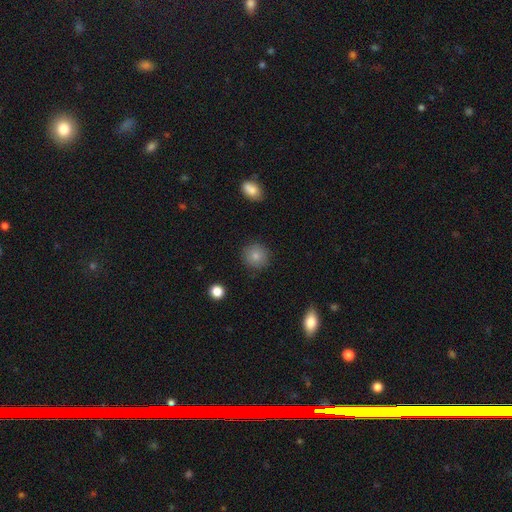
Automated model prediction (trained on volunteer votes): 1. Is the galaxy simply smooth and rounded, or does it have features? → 83% smooth, 9% star or artifact, 7% featured or disk.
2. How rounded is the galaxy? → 90% round, 9% in between, 1% cigar-shaped.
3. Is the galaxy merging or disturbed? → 89% none, 8% minor disturbance, 2% major disturbance, 1% merger.